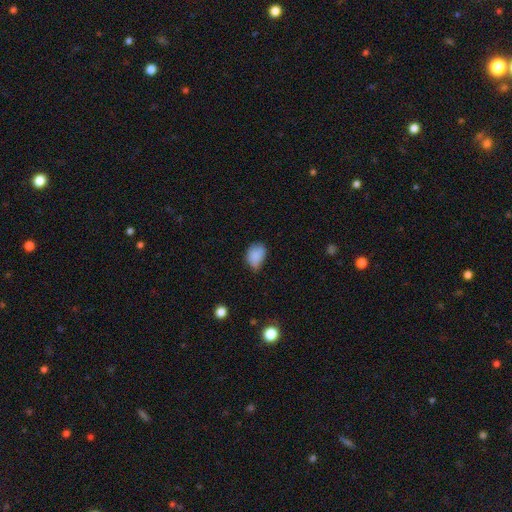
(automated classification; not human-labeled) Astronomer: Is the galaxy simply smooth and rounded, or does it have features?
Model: smooth — 84%.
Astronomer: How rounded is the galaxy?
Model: in between — 75%.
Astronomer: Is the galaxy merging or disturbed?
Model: none — 49% (runner-up: minor disturbance, 40%).